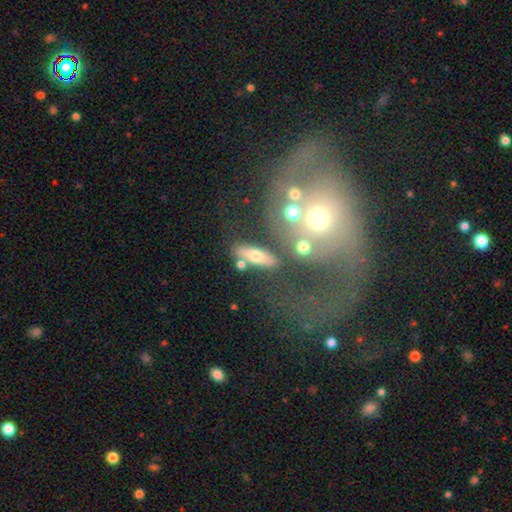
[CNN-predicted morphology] Q: Smooth or featured?
A: smooth (61%); runner-up: featured or disk (29%)
Q: How rounded?
A: in between (50%); runner-up: cigar-shaped (41%)
Q: Merging?
A: none (69%); runner-up: minor disturbance (13%)